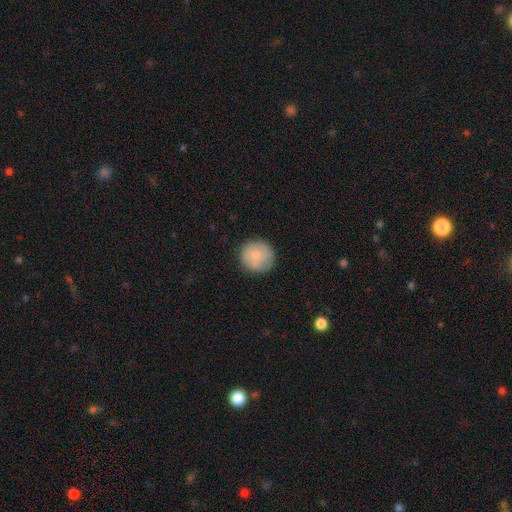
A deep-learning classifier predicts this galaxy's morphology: Smooth or featured?
  - smooth: 80% *
  - featured or disk: 13%
  - star or artifact: 8%
How rounded?
  - round: 94% *
  - in between: 5%
  - cigar-shaped: 1%
Merging?
  - none: 82% *
  - minor disturbance: 14%
  - major disturbance: 3%
  - merger: 1%